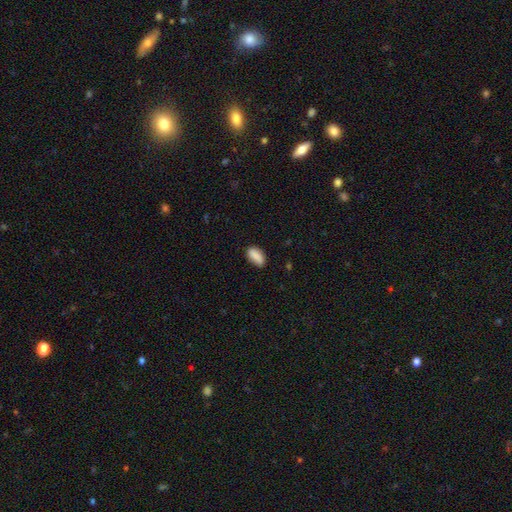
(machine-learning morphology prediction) smooth 88%, star or artifact 7%, featured or disk 5%. Down the decision tree: how rounded — in between (89%); merging — none (80%).